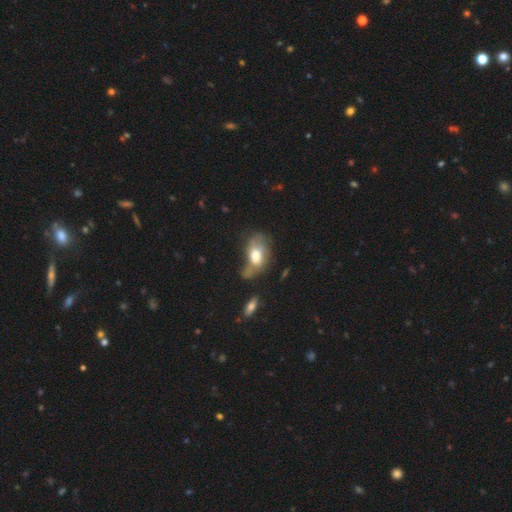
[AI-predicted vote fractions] smooth_or_featured: smooth (p=0.51) [alt: featured or disk p=0.40]
how_rounded: in between (p=0.87) [alt: round p=0.10]
merging: major disturbance (p=0.33) [alt: none p=0.28]